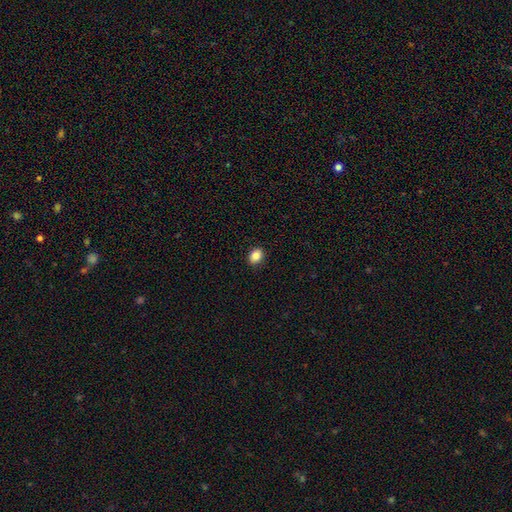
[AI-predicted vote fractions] Morphology: type=smooth (86%); roundness=round (50%); merging=none (91%).